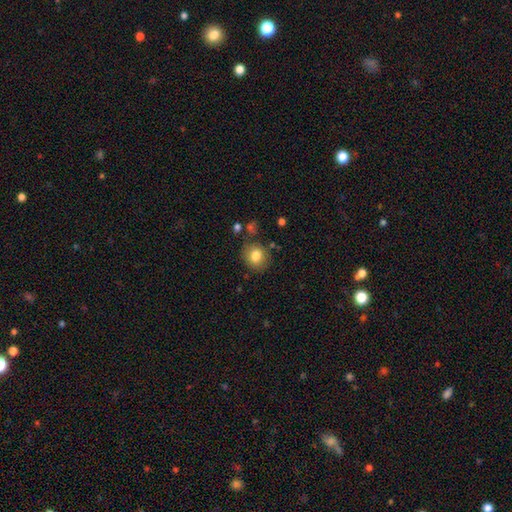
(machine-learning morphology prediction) Smooth or featured: smooth — 81% (star or artifact — 10%)
How rounded: round — 77% (in between — 22%)
Merging: none — 82% (minor disturbance — 11%)